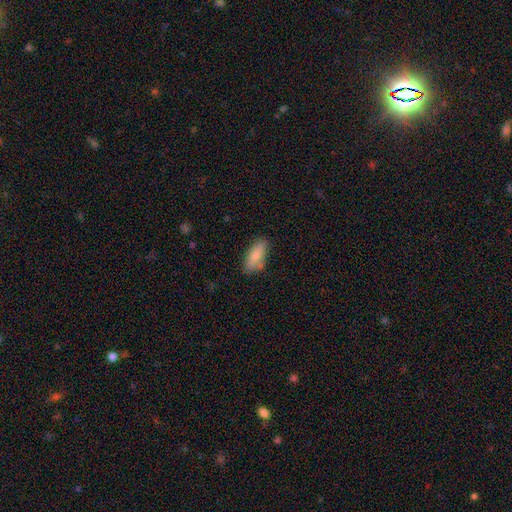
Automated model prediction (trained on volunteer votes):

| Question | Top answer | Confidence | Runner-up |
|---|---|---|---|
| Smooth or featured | smooth | 79% | featured or disk (14%) |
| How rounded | in between | 85% | cigar-shaped (12%) |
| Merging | none | 68% | minor disturbance (22%) |